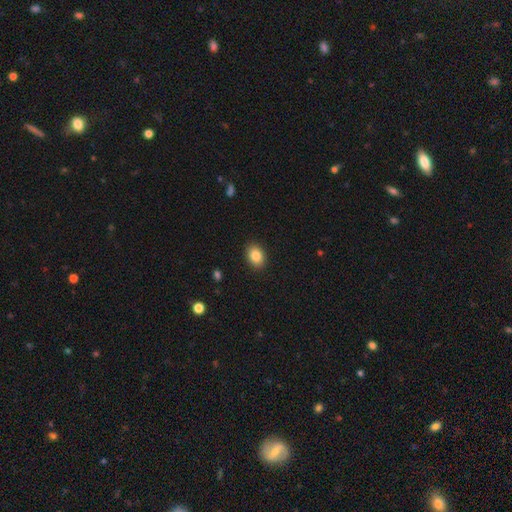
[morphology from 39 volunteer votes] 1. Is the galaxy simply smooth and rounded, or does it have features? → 87% smooth, 8% star or artifact, 5% featured or disk.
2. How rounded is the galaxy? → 85% in between, 15% round, 0% cigar-shaped.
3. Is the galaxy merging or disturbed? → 94% none, 6% minor disturbance, 0% major disturbance, 0% merger.